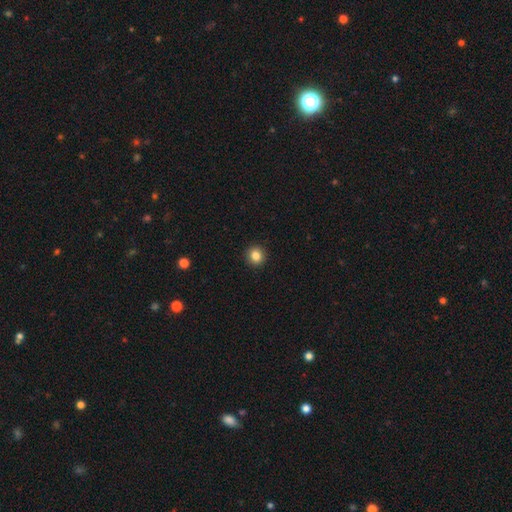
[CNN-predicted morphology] Smooth or featured? smooth (84%)
How rounded? round (90%)
Merging? none (93%)